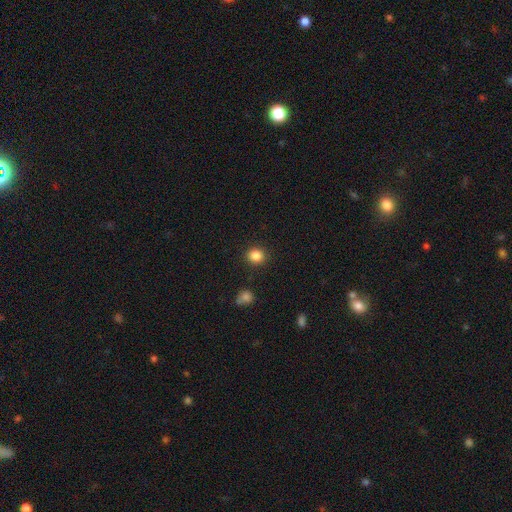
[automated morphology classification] smooth 85%, star or artifact 11%, featured or disk 4%. Down the decision tree: how rounded — round (84%); merging — none (90%).